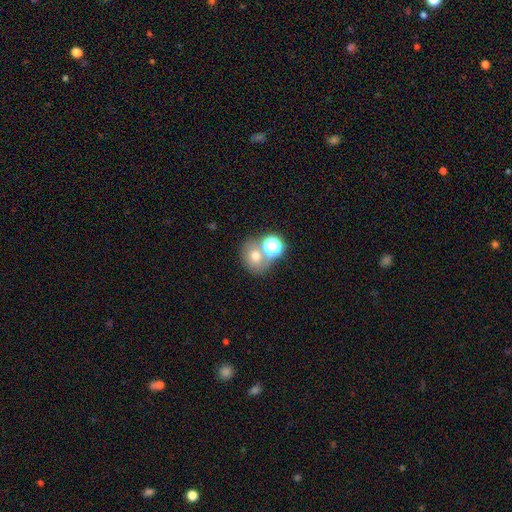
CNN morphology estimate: Smooth or featured? Predicted: smooth (p=0.67). How rounded? Predicted: round (p=0.61). Merging? Predicted: none (p=0.51).